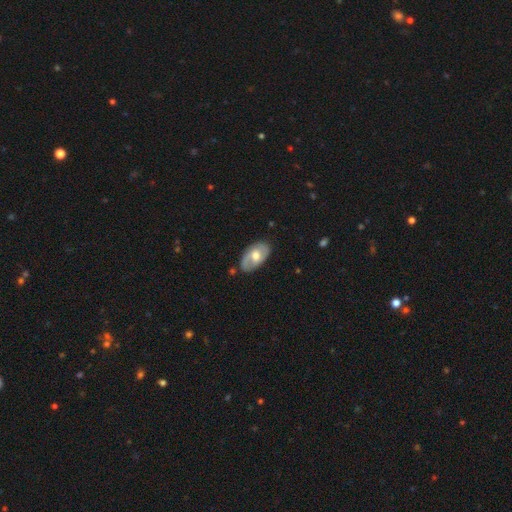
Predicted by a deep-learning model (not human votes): featured or disk 53%, smooth 41%, star or artifact 6%. Down the decision tree: edge-on disk — no (92%); merging — none (76%).